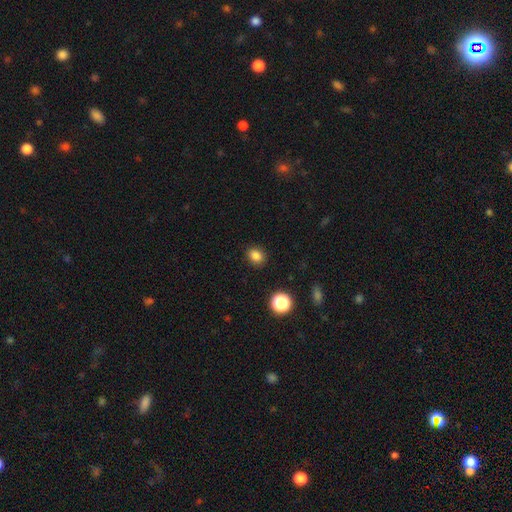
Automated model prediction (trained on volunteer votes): Smooth or featured?
  - smooth: 83% *
  - star or artifact: 13%
  - featured or disk: 4%
How rounded?
  - round: 50% *
  - in between: 49%
  - cigar-shaped: 1%
Merging?
  - none: 89% *
  - minor disturbance: 7%
  - major disturbance: 2%
  - merger: 1%